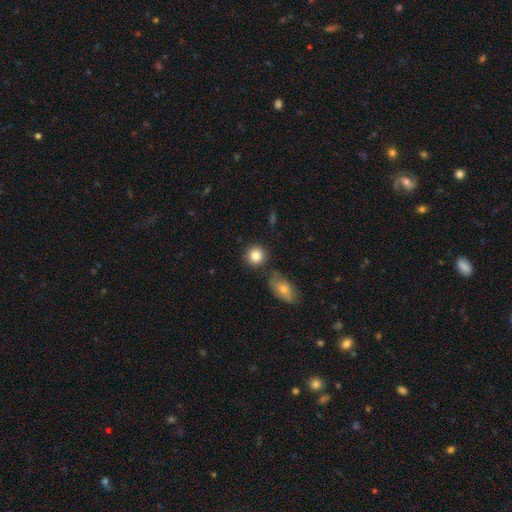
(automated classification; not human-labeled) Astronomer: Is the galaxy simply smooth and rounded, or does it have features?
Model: smooth — 84%.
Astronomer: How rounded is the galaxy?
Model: round — 88%.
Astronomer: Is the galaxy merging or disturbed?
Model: none — 82%.